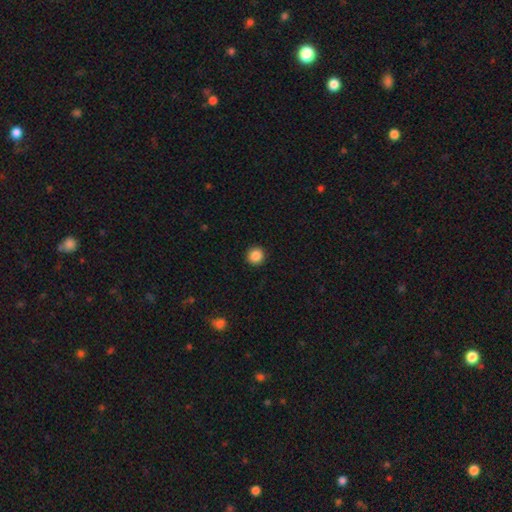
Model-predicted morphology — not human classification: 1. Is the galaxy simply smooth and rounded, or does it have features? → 87% smooth, 10% star or artifact, 3% featured or disk.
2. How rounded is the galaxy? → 94% round, 5% in between, 1% cigar-shaped.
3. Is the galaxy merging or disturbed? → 93% none, 5% minor disturbance, 2% major disturbance, 1% merger.